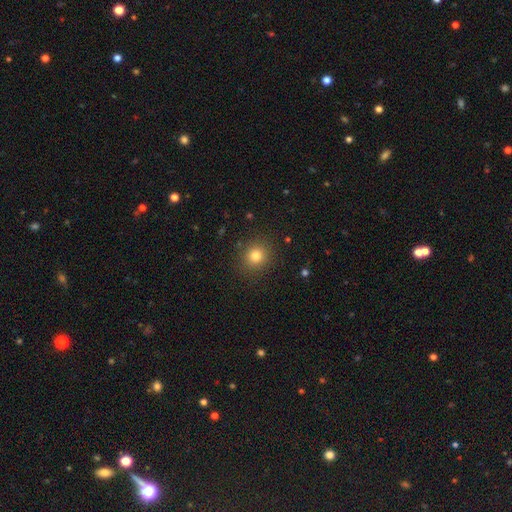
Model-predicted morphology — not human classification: Smooth or featured? smooth (80%)
How rounded? round (87%)
Merging? none (89%)